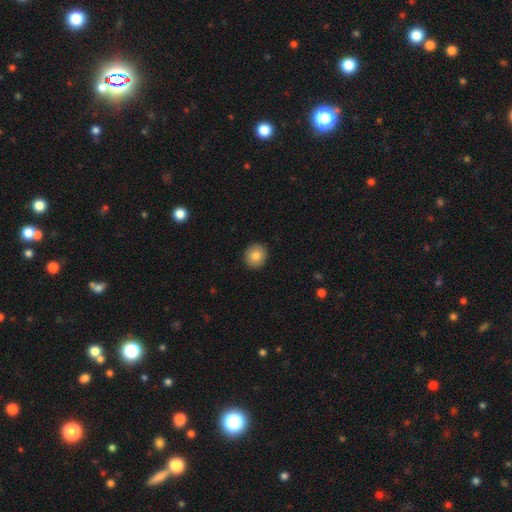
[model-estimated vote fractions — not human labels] Overall: smooth (81%). How rounded: round (89%). Merging: none (92%).